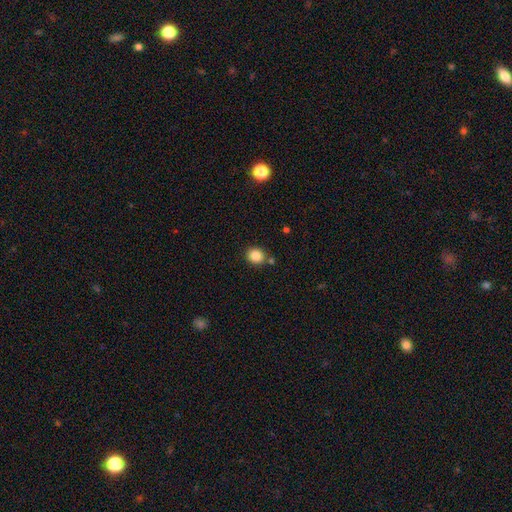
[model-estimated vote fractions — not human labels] Morphology: type=smooth (85%); roundness=round (79%); merging=none (79%).